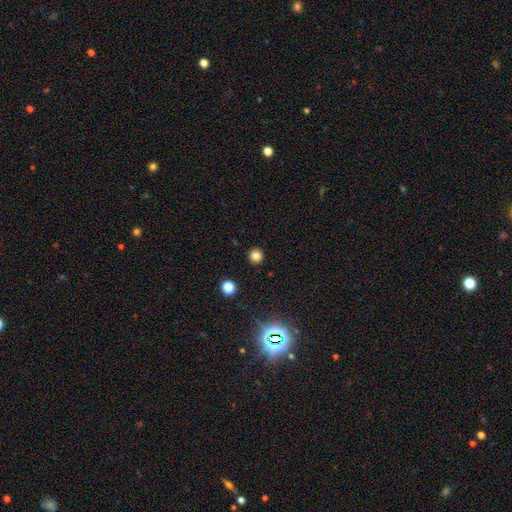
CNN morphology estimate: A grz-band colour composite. It shows a smooth galaxy with no disk features (81%) that is round (94%). Merging: none (92%).